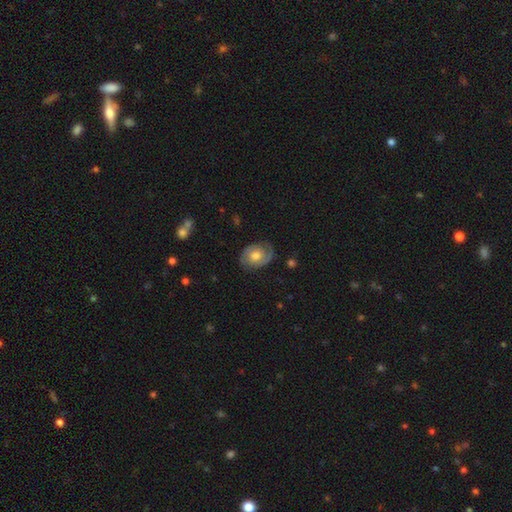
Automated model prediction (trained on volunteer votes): Smooth or featured? Predicted: featured or disk (p=0.80). Edge-on disk? Predicted: no (p=0.97). Bar? Predicted: no (p=0.67). Spiral arms? Predicted: yes (p=0.93). Spiral winding? Predicted: tight (p=0.51). Spiral arm count? Predicted: 2 (p=0.88). Bulge size? Predicted: moderate (p=0.71). Merging? Predicted: none (p=0.81).